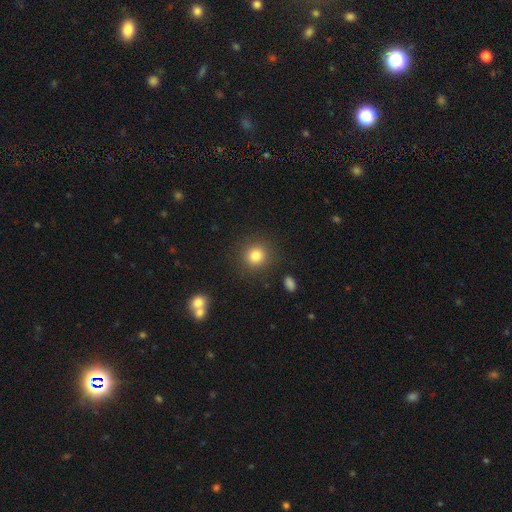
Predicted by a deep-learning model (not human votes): smooth-or-featured: smooth: 82% | star or artifact: 11% | featured or disk: 7%
  how-rounded: round: 90% | in between: 9% | cigar-shaped: 1%
  merging: none: 88% | minor disturbance: 7% | major disturbance: 3% | merger: 2%